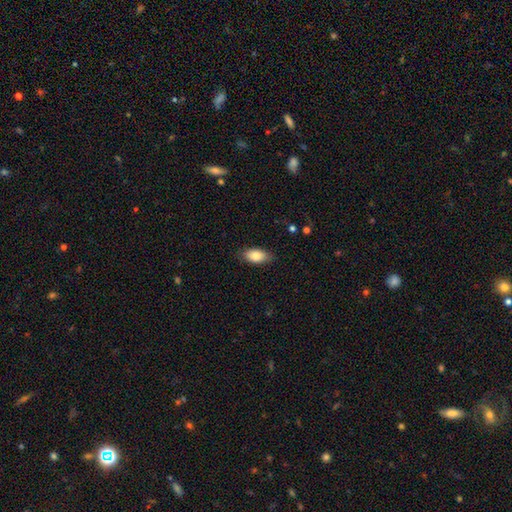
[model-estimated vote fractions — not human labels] smooth-or-featured: smooth: 84% | featured or disk: 9% | star or artifact: 7%
  how-rounded: in between: 91% | cigar-shaped: 5% | round: 4%
  merging: none: 83% | minor disturbance: 13% | major disturbance: 3% | merger: 1%